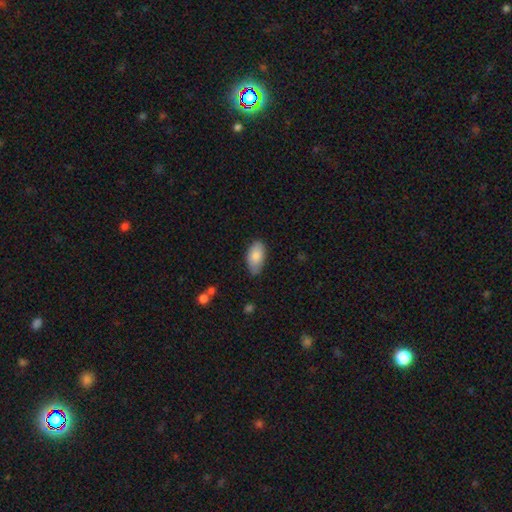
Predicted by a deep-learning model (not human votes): Overall: smooth (81%). How rounded: in between (94%). Merging: none (75%).